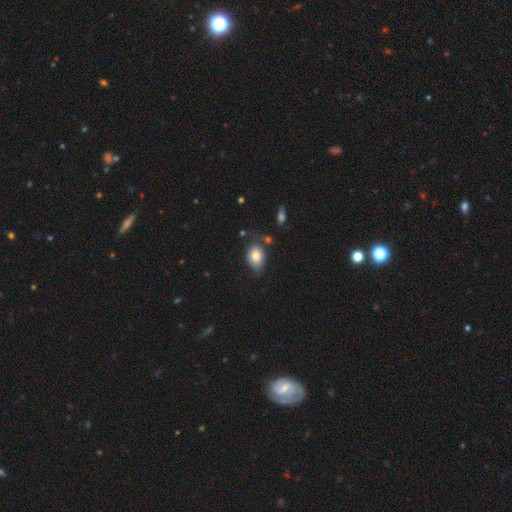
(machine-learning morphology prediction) A smooth galaxy with no disk features (80%) that is in between round and cigar-shaped (79%). Merging: none (57%).